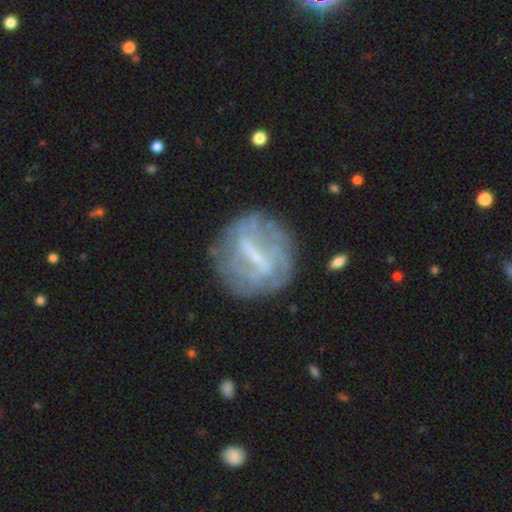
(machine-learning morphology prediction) The model was most divided on "spiral arms" (2-way tie): yes: 50%, no: 50%. Remaining: edge-on disk — no (94%); smooth or featured — featured or disk (73%); merging — none (72%); bar — strong (59%); bulge size — small (46%).